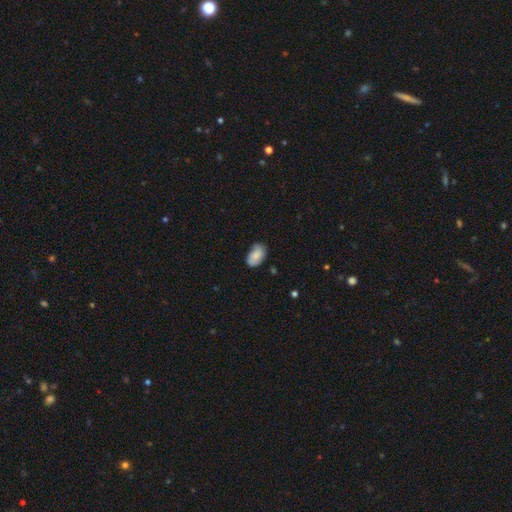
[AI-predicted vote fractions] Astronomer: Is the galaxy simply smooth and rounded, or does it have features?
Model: smooth — 79%.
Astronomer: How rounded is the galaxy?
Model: in between — 91%.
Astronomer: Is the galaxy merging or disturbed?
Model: none — 68%.